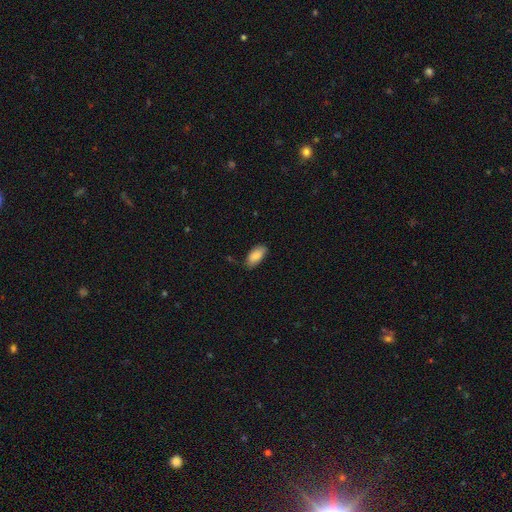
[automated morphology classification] Q: Smooth or featured?
A: smooth (87%); runner-up: featured or disk (7%)
Q: How rounded?
A: in between (93%); runner-up: cigar-shaped (5%)
Q: Merging?
A: none (77%); runner-up: minor disturbance (19%)